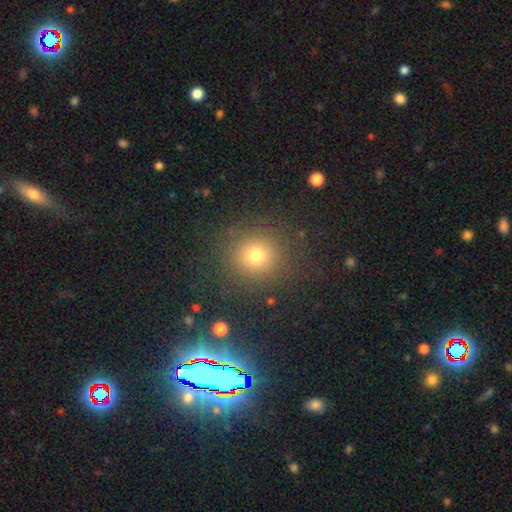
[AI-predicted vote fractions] This appears to be a smooth galaxy with no disk features (69%) that is round (93%). Merging: none (88%).